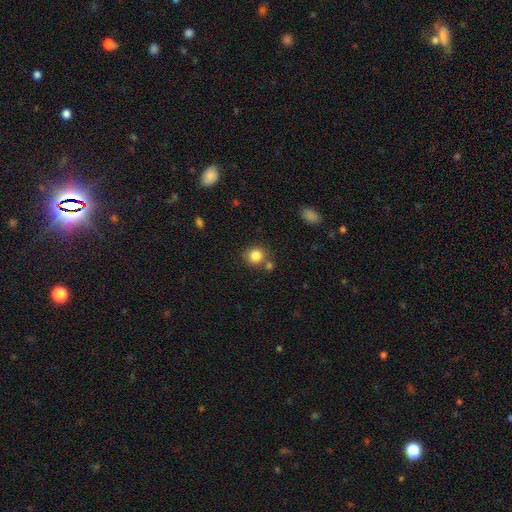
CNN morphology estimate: Smooth or featured? smooth (84%)
How rounded? round (88%)
Merging? none (74%)